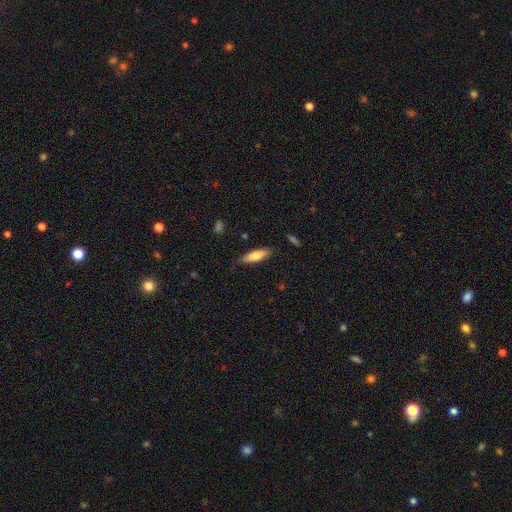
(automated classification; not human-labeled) Smooth or featured? Predicted: smooth (p=0.71). How rounded? Predicted: cigar-shaped (p=0.58). Merging? Predicted: none (p=0.81).